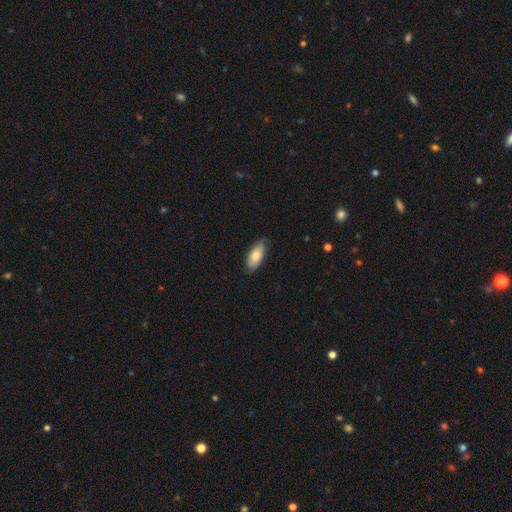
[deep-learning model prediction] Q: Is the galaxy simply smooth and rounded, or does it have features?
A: smooth — 75%.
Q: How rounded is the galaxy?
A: in between — 84%.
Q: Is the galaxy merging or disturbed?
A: none — 71%.